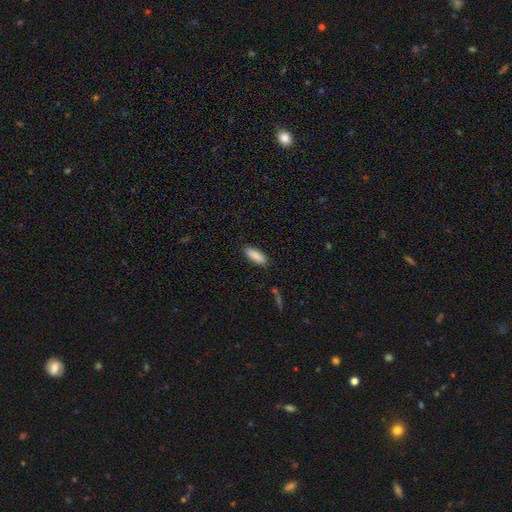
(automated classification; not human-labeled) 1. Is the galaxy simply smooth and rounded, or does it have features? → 88% smooth, 6% star or artifact, 6% featured or disk.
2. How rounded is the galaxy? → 56% in between, 42% cigar-shaped, 2% round.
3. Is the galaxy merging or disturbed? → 88% none, 9% minor disturbance, 2% major disturbance, 2% merger.